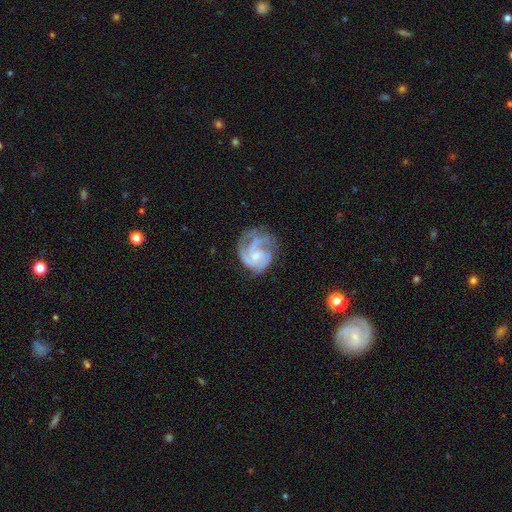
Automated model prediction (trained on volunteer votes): Smooth or featured?
  - featured or disk: 84% *
  - smooth: 11%
  - star or artifact: 5%
Edge-on disk?
  - no: 98% *
  - yes: 2%
Bar?
  - no: 59% *
  - weak: 35%
  - strong: 7%
Spiral arms?
  - yes: 94% *
  - no: 6%
Spiral winding?
  - tight: 48% *
  - medium: 41%
  - loose: 11%
Spiral arm count?
  - 3: 37% *
  - 2: 31%
  - can't tell: 16%
  - 1: 6%
  - 4: 6%
  - more than 4: 4%
Bulge size?
  - small: 51% *
  - moderate: 36%
  - none: 9%
  - large: 3%
  - dominant: 1%
Merging?
  - none: 51% *
  - minor disturbance: 24%
  - major disturbance: 23%
  - merger: 2%